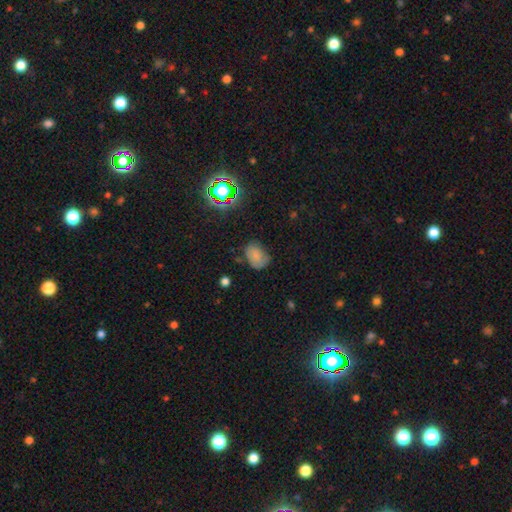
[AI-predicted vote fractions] A smooth galaxy with no disk features (73%) that is in between round and cigar-shaped (71%).

Vote fractions:
- Smooth or featured? smooth: 73% / star or artifact: 15% / featured or disk: 12%
- How rounded? in between: 71% / round: 28% / cigar-shaped: 1%
- Merging? none: 58% / minor disturbance: 30% / major disturbance: 9% / merger: 3%